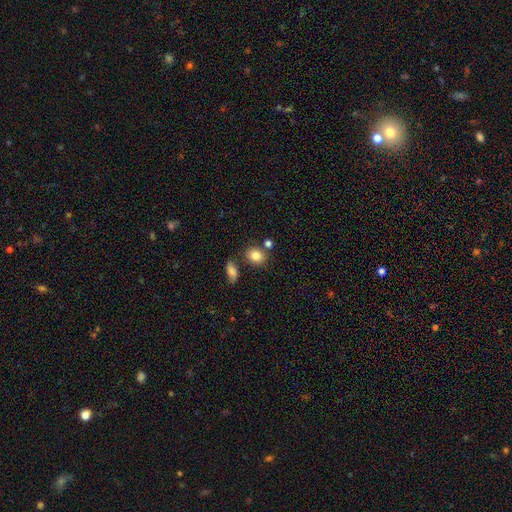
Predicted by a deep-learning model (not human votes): The model was most divided on "how rounded": round: 55%, in between: 44%, cigar-shaped: 1%. More confident: smooth or featured — smooth (84%); merging — none (73%).